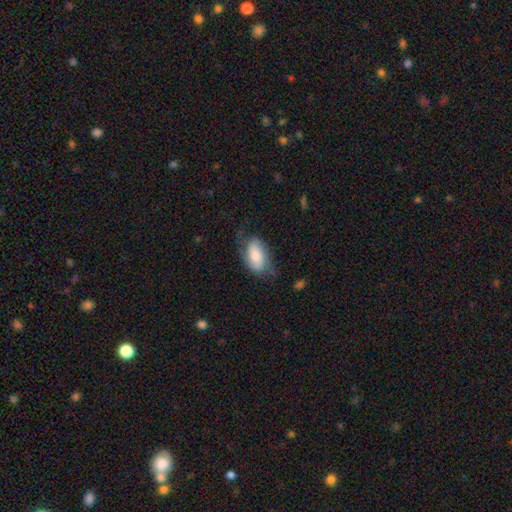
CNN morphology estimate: Overall: smooth (61%; featured or disk 32%). How rounded: in between (93%). Merging: none (52%; minor disturbance 28%).